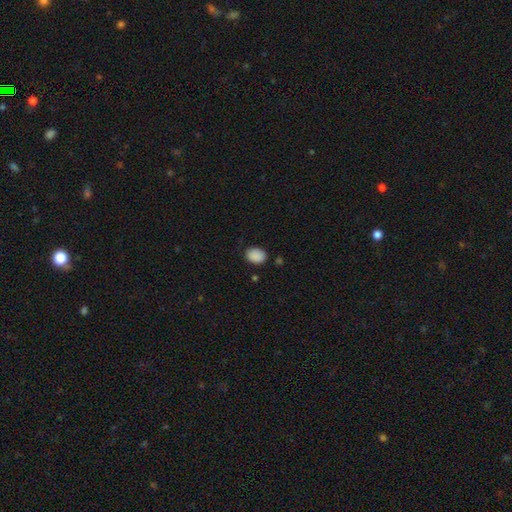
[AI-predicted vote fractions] Q: Smooth or featured?
A: smooth (89%); runner-up: star or artifact (8%)
Q: How rounded?
A: in between (71%); runner-up: round (29%)
Q: Merging?
A: none (82%); runner-up: minor disturbance (13%)